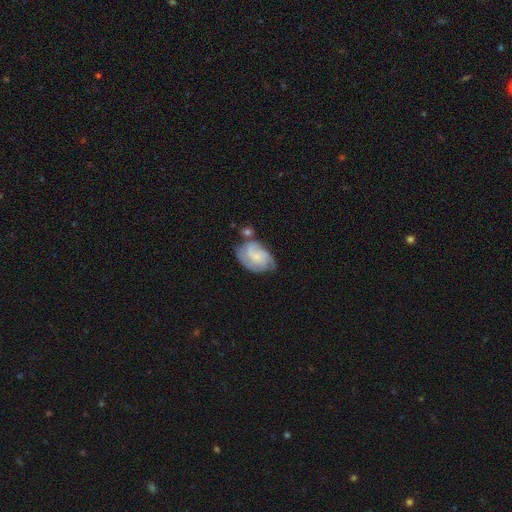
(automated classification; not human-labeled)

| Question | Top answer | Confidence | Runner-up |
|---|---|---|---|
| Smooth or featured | featured or disk | 64% | smooth (29%) |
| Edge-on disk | no | 97% | yes (3%) |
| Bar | no | 72% | weak (25%) |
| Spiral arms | yes | 89% | no (11%) |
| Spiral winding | tight | 45% | medium (40%) |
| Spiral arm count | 3 | 35% | can't tell (27%) |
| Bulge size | small | 63% | none (17%) |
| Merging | none | 51% | minor disturbance (27%) |